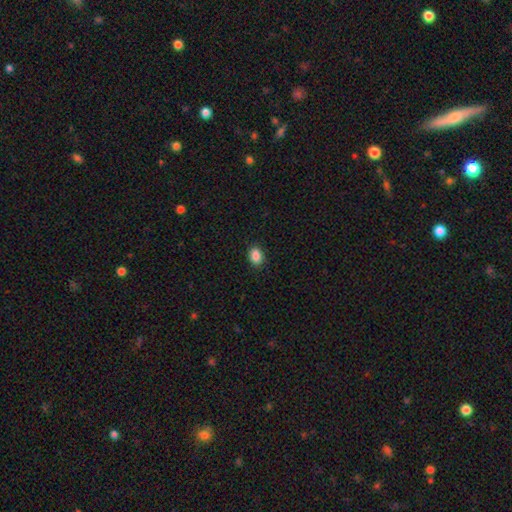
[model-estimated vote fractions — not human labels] Smooth or featured? Predicted: smooth (p=0.88). How rounded? Predicted: in between (p=0.72). Merging? Predicted: none (p=0.90).